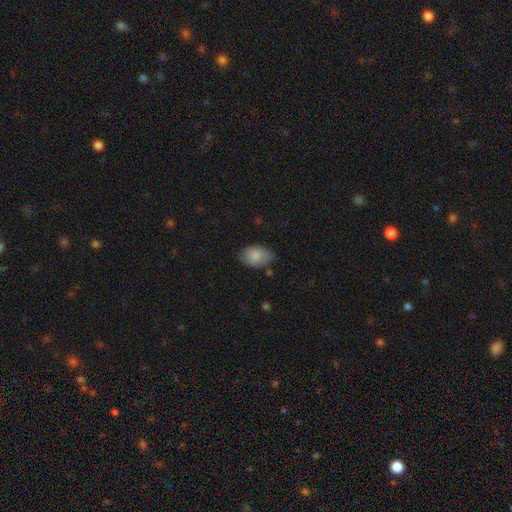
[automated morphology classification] Smooth or featured: smooth — 85% (featured or disk — 9%)
How rounded: in between — 88% (round — 11%)
Merging: none — 73% (minor disturbance — 21%)